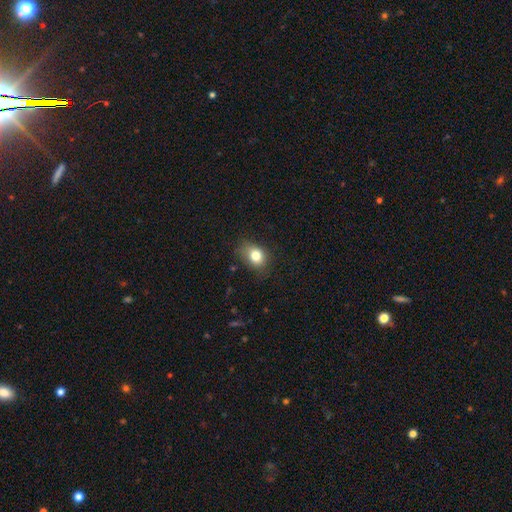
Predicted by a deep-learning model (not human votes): smooth-or-featured: smooth: 80% | star or artifact: 11% | featured or disk: 9%
  how-rounded: in between: 63% | round: 35% | cigar-shaped: 1%
  merging: none: 69% | minor disturbance: 24% | major disturbance: 6% | merger: 1%